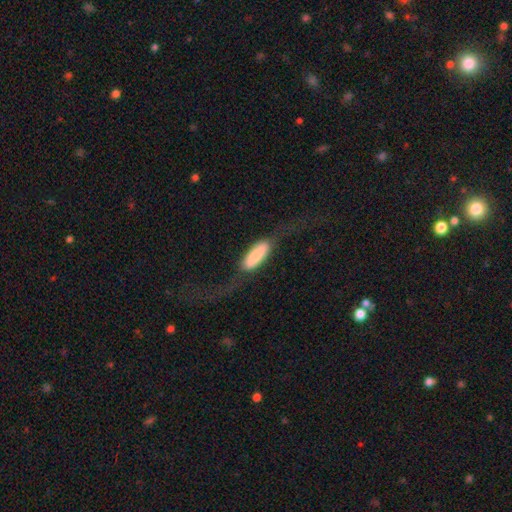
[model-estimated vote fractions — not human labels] smooth 76%, featured or disk 19%, star or artifact 5%. Down the decision tree: how rounded — in between (60%); merging — none (48%).